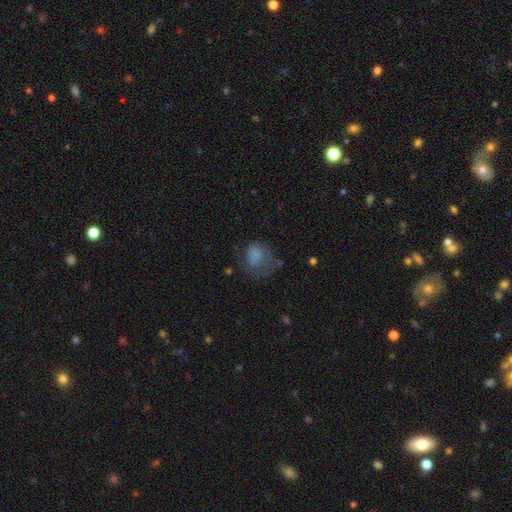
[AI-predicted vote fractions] Overall: smooth (69%). How rounded: round (57%; in between 42%). Merging: major disturbance (39%; none 34%).